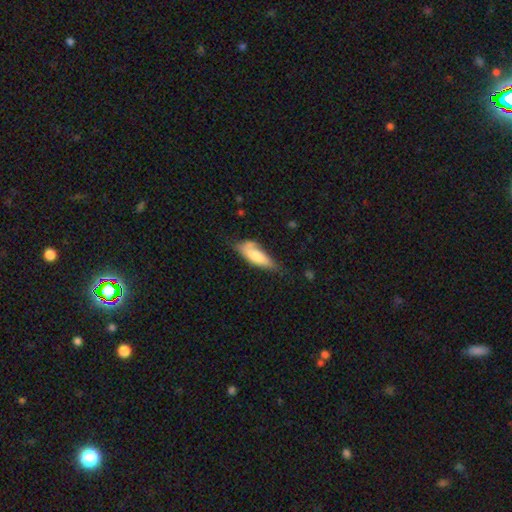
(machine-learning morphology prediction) smooth_or_featured: smooth (p=0.71) [alt: featured or disk p=0.23]
how_rounded: in between (p=0.61) [alt: cigar-shaped p=0.37]
merging: none (p=0.44) [alt: minor disturbance p=0.34]